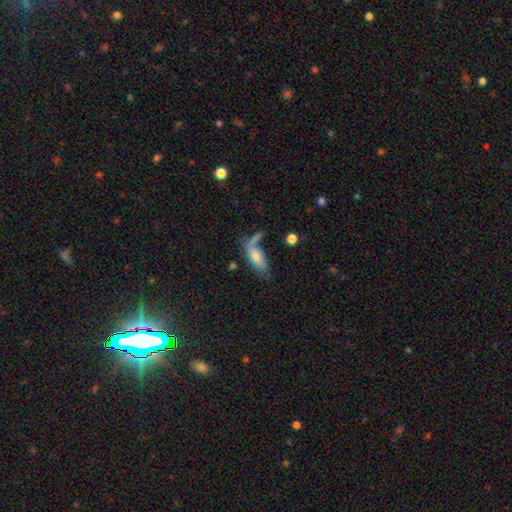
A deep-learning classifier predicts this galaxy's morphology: smooth_or_featured: smooth (p=0.63) [alt: featured or disk p=0.28]
how_rounded: in between (p=0.70) [alt: cigar-shaped p=0.27]
merging: none (p=0.44) [alt: minor disturbance p=0.22]